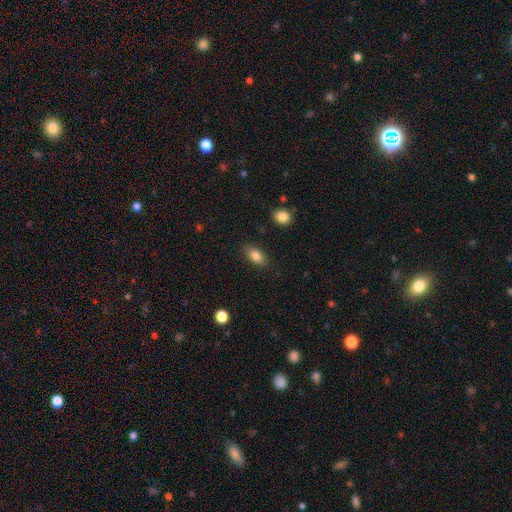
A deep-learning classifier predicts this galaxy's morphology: A smooth galaxy with no disk features (85%) that is in between round and cigar-shaped (88%).

Vote fractions:
- Smooth or featured? smooth: 85% / star or artifact: 8% / featured or disk: 8%
- How rounded? in between: 88% / round: 8% / cigar-shaped: 4%
- Merging? none: 85% / minor disturbance: 11% / major disturbance: 3% / merger: 1%